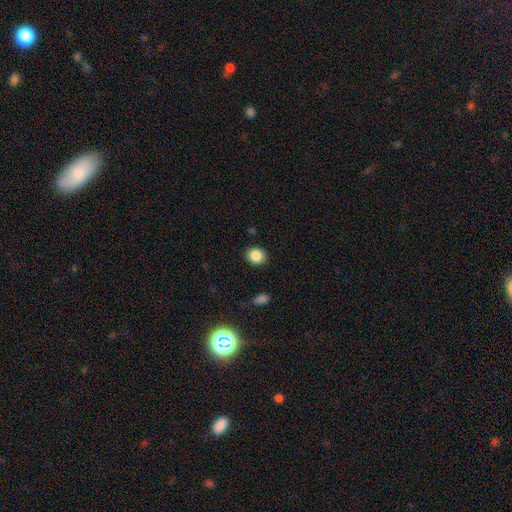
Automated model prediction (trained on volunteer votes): Q: Smooth or featured?
A: smooth (86%); runner-up: star or artifact (10%)
Q: How rounded?
A: round (68%); runner-up: in between (31%)
Q: Merging?
A: none (89%); runner-up: minor disturbance (7%)